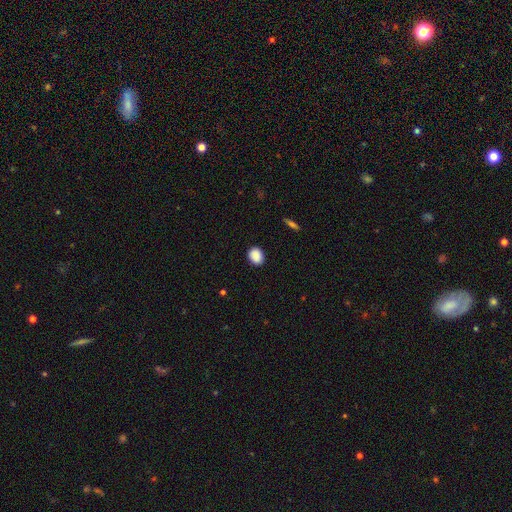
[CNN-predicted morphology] Smooth or featured? smooth (89%)
How rounded? in between (50%)
Merging? none (89%)